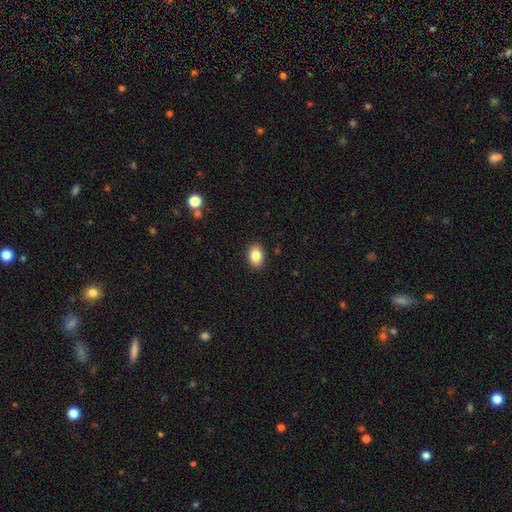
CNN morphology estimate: The model was most divided on "how rounded": in between: 82%, round: 16%, cigar-shaped: 1%. More confident: merging — none (90%); smooth or featured — smooth (85%).